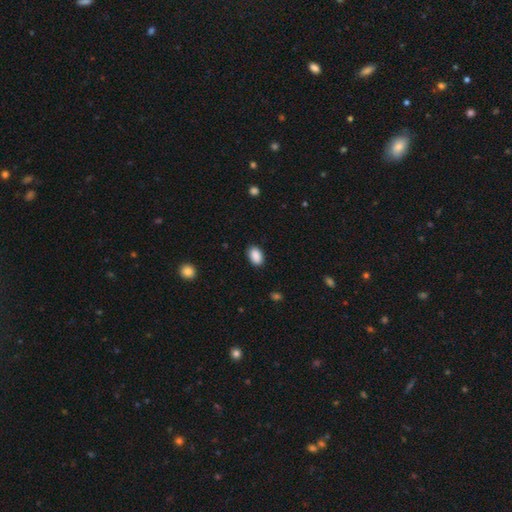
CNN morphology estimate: Smooth or featured? Predicted: smooth (p=0.90). How rounded? Predicted: in between (p=0.88). Merging? Predicted: none (p=0.87).